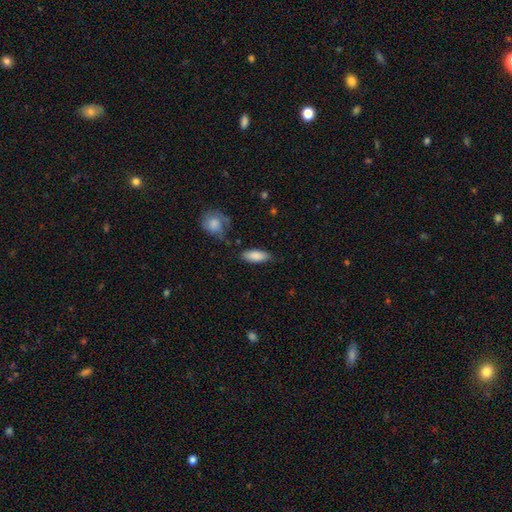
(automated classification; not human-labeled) A smooth galaxy with no disk features (86%) that is in between round and cigar-shaped (76%). Merging: none (78%).